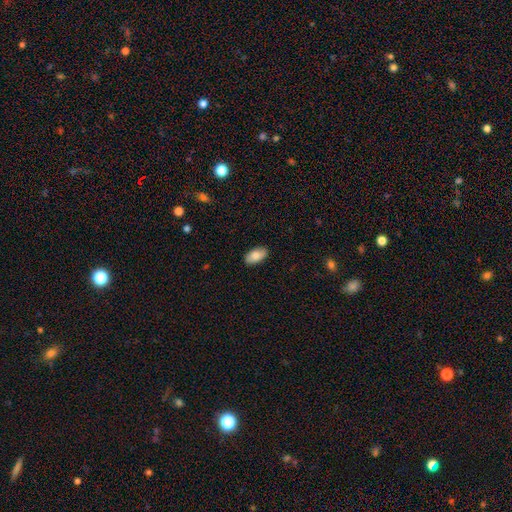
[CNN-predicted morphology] Smooth or featured?
  - smooth: 82% *
  - featured or disk: 12%
  - star or artifact: 7%
How rounded?
  - in between: 94% *
  - cigar-shaped: 3%
  - round: 3%
Merging?
  - none: 88% *
  - minor disturbance: 9%
  - major disturbance: 2%
  - merger: 1%